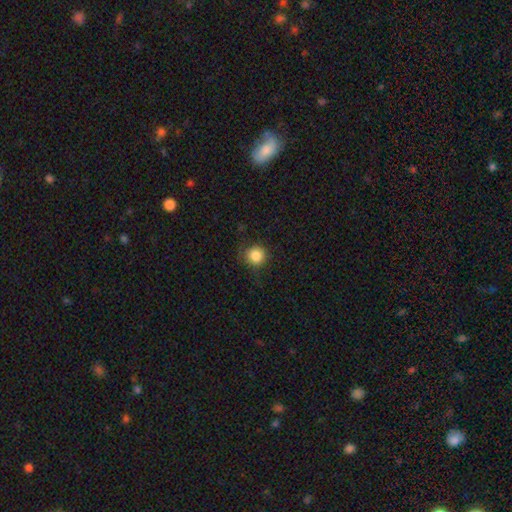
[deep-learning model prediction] smooth-or-featured: smooth: 85% | star or artifact: 10% | featured or disk: 5%
  how-rounded: round: 93% | in between: 6% | cigar-shaped: 1%
  merging: none: 82% | minor disturbance: 13% | major disturbance: 4% | merger: 1%